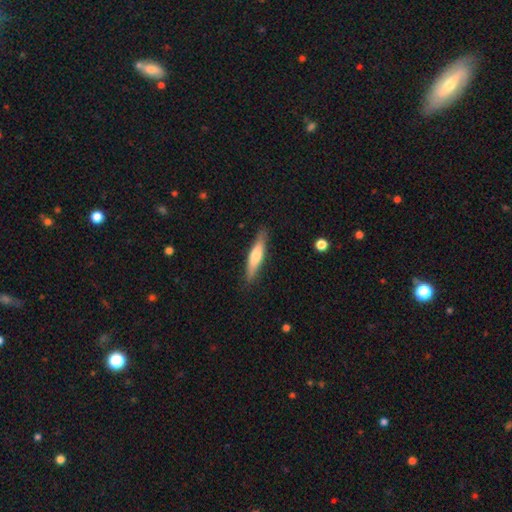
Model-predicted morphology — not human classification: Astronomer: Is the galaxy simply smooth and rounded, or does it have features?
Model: smooth — 59% (runner-up: featured or disk, 36%).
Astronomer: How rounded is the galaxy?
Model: cigar-shaped — 81%.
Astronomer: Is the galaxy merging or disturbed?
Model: none — 86%.